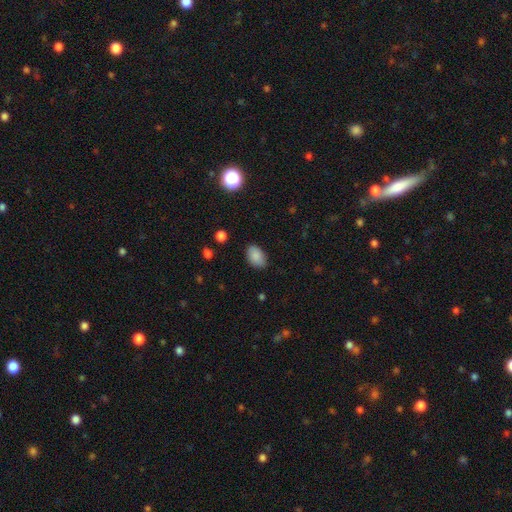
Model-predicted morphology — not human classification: Overall: smooth (87%). How rounded: in between (89%). Merging: none (83%).